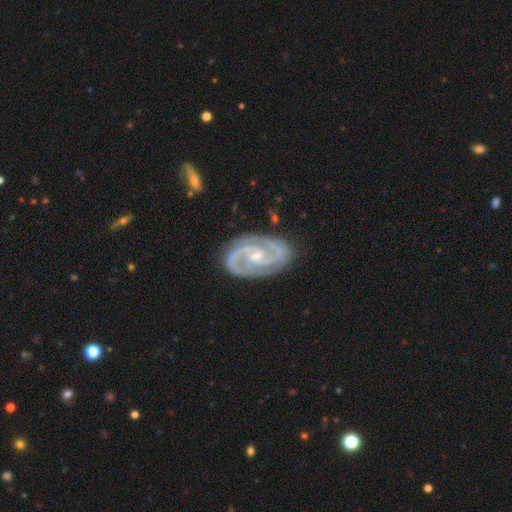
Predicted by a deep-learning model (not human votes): This is clearly a featured or disk galaxy (92%). It is clearly not viewed edge-on (97%). Bar: possibly no (46%). Spiral arm pattern: clearly yes (98%). Spiral arm count: clearly 2 (88%). Spiral winding: possibly tight (51%). Central bulge: possibly small (56%). Merging: clearly none (83%).